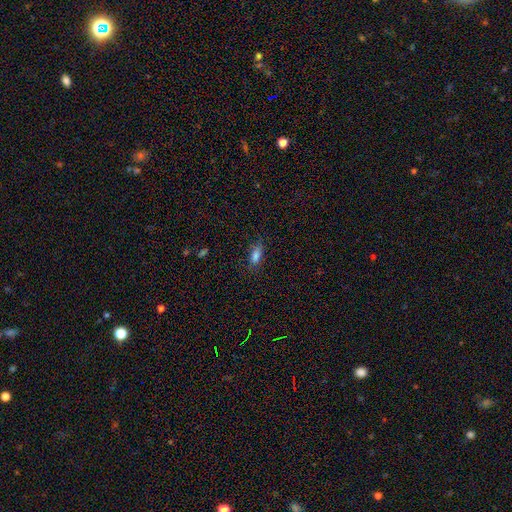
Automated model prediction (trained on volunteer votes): Smooth or featured? smooth (80%)
How rounded? in between (76%)
Merging? none (77%)